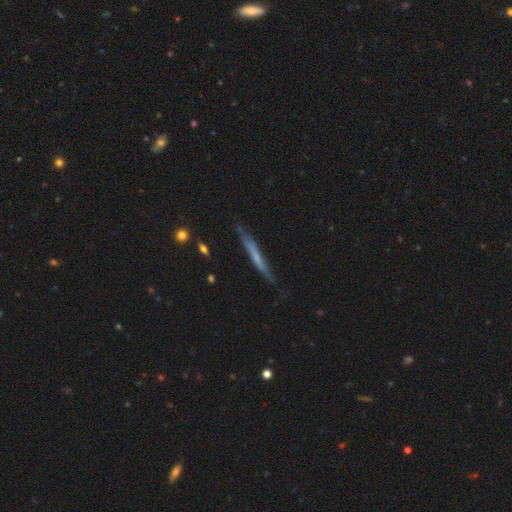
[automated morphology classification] smooth-or-featured: featured or disk: 56% | smooth: 38% | star or artifact: 7%
  disk-edge-on: yes: 93% | no: 7%
    edge-on-bulge: none: 68% | rounded: 25% | boxy: 8%
  merging: none: 79% | minor disturbance: 16% | major disturbance: 3% | merger: 2%